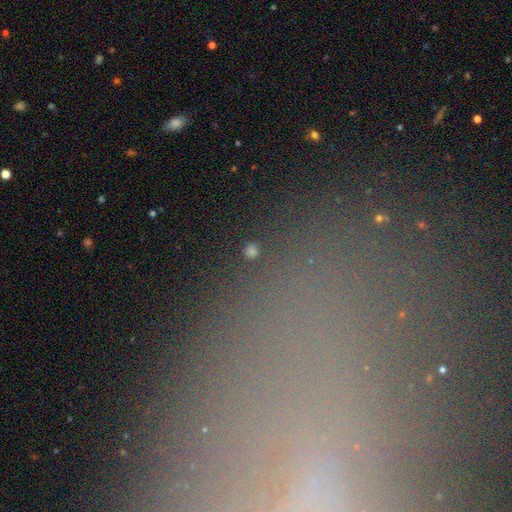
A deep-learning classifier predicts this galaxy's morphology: smooth_or_featured: star or artifact (p=0.68) [alt: smooth p=0.18]